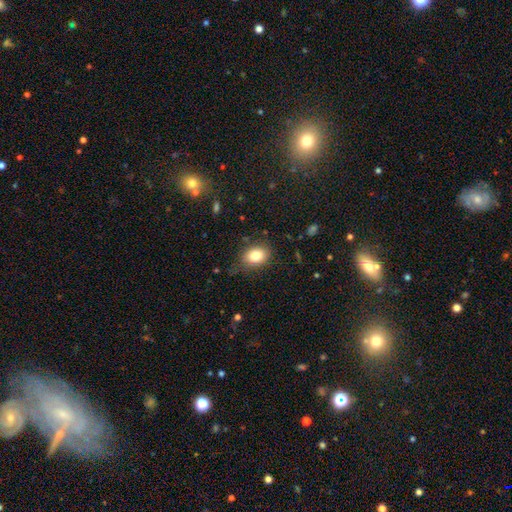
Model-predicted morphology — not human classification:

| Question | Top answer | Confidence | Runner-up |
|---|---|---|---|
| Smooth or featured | smooth | 82% | star or artifact (9%) |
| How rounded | in between | 68% | round (31%) |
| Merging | none | 76% | minor disturbance (17%) |